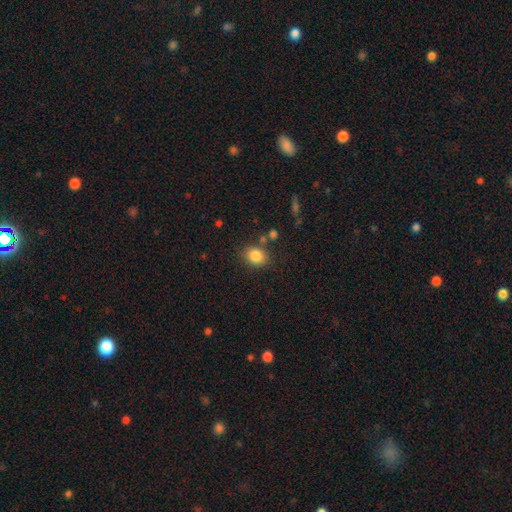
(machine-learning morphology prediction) Smooth or featured?
  - smooth: 84% *
  - star or artifact: 10%
  - featured or disk: 6%
How rounded?
  - round: 58% *
  - in between: 41%
  - cigar-shaped: 1%
Merging?
  - none: 79% *
  - minor disturbance: 12%
  - merger: 6%
  - major disturbance: 4%